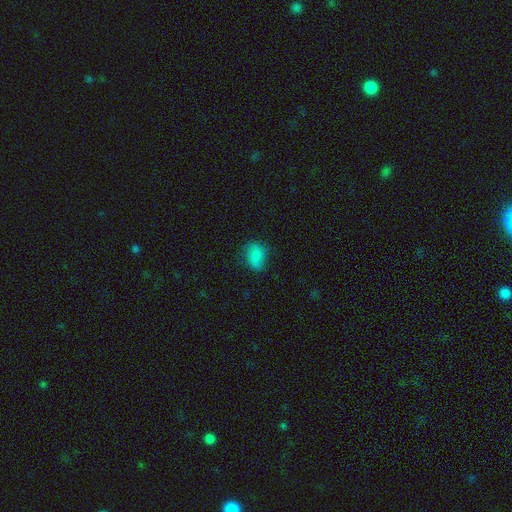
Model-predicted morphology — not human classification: smooth 80%, star or artifact 11%, featured or disk 9%. Down the decision tree: how rounded — in between (67%); merging — none (62%).